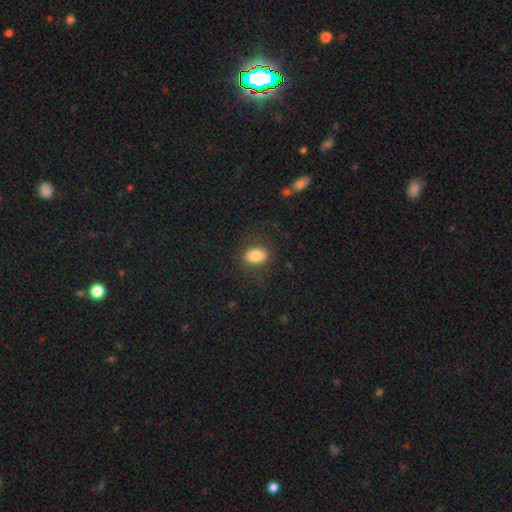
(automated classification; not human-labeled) Q: Smooth or featured?
A: smooth (81%); runner-up: featured or disk (10%)
Q: How rounded?
A: in between (78%); runner-up: round (21%)
Q: Merging?
A: none (81%); runner-up: minor disturbance (13%)